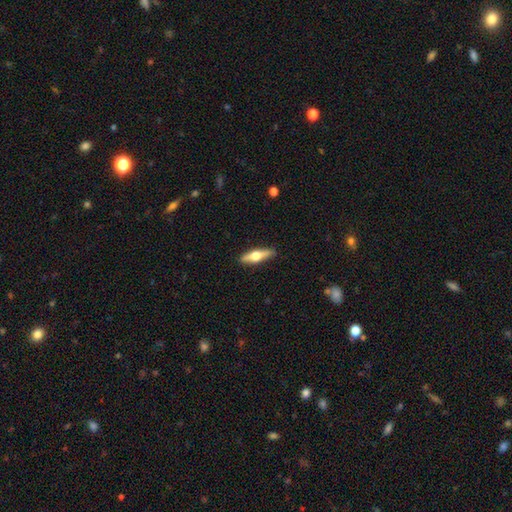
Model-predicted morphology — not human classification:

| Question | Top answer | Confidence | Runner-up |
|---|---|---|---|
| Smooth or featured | featured or disk | 51% | smooth (43%) |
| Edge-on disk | yes | 93% | no (7%) |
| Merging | none | 89% | minor disturbance (8%) |